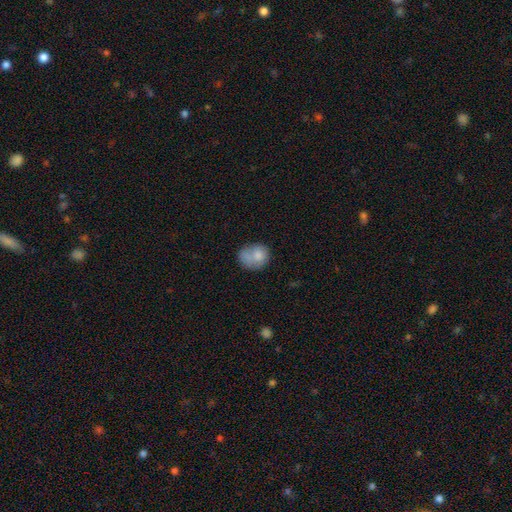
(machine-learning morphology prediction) Smooth or featured? Predicted: smooth (p=0.75). How rounded? Predicted: round (p=0.62). Merging? Predicted: none (p=0.45).